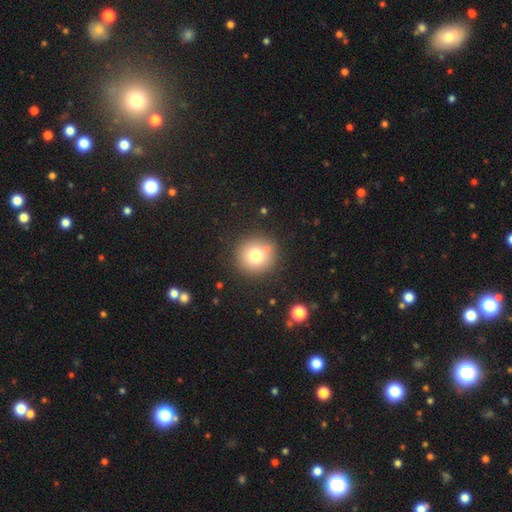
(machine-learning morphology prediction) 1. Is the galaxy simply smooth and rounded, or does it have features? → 75% smooth, 13% star or artifact, 12% featured or disk.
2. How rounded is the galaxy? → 94% round, 6% in between, 1% cigar-shaped.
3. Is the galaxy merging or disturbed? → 84% none, 8% minor disturbance, 5% merger, 3% major disturbance.